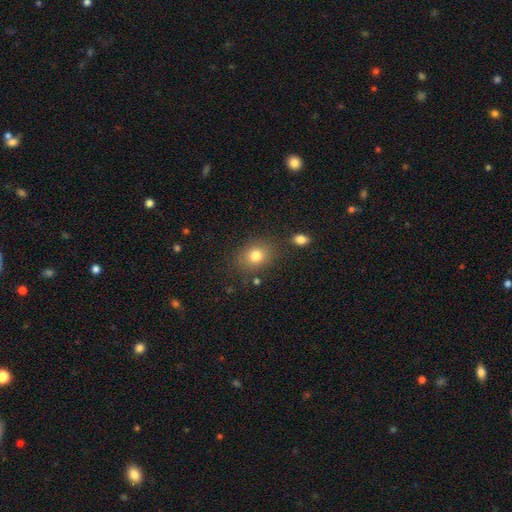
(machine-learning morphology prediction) smooth_or_featured: smooth (p=0.80) [alt: star or artifact p=0.11]
how_rounded: round (p=0.53) [alt: in between p=0.46]
merging: none (p=0.78) [alt: minor disturbance p=0.13]